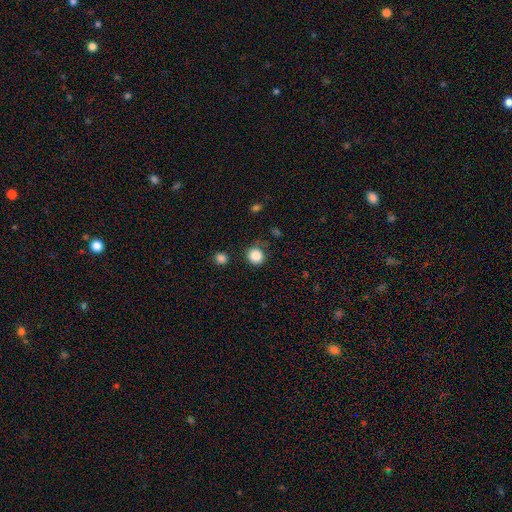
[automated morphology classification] Overall: smooth (86%). How rounded: round (92%). Merging: none (80%).